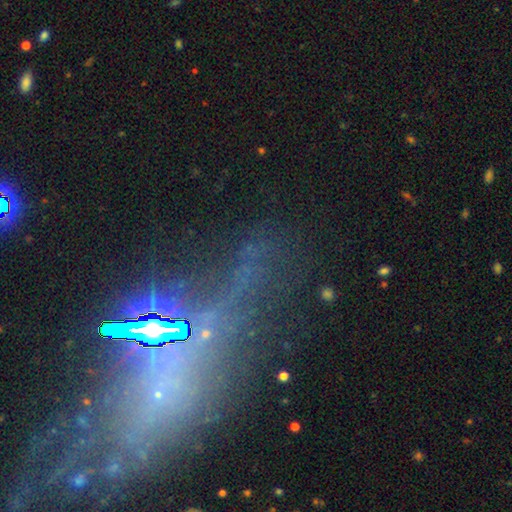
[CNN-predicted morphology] This is likely a star or artifact rather than a galaxy (65%).